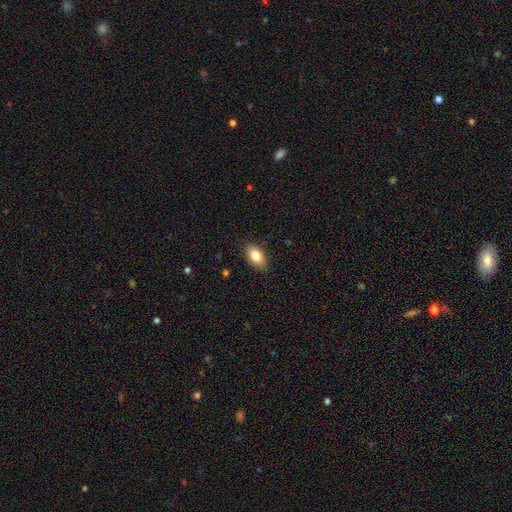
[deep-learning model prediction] smooth 84%, featured or disk 9%, star or artifact 7%. Down the decision tree: how rounded — in between (92%); merging — none (86%).